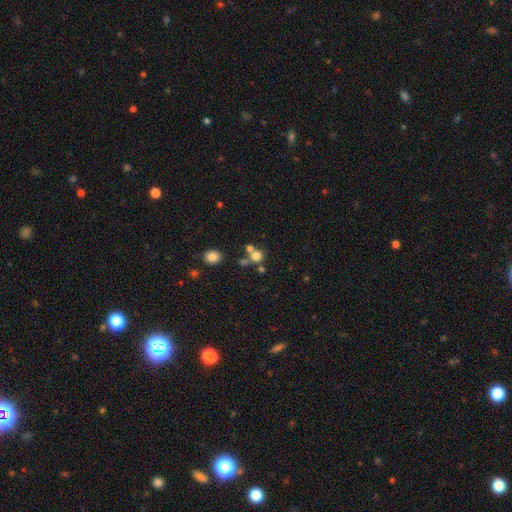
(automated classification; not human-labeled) Smooth or featured: smooth — 74% (star or artifact — 15%)
How rounded: round — 85% (in between — 14%)
Merging: none — 51% (merger — 36%)